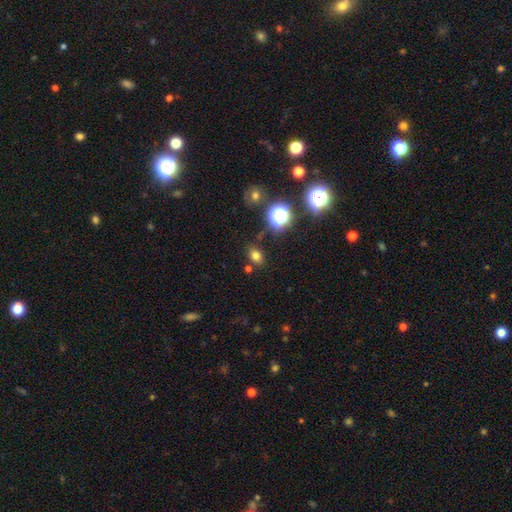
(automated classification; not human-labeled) Smooth or featured: smooth — 73% (star or artifact — 20%)
How rounded: in between — 68% (round — 30%)
Merging: none — 80% (minor disturbance — 12%)